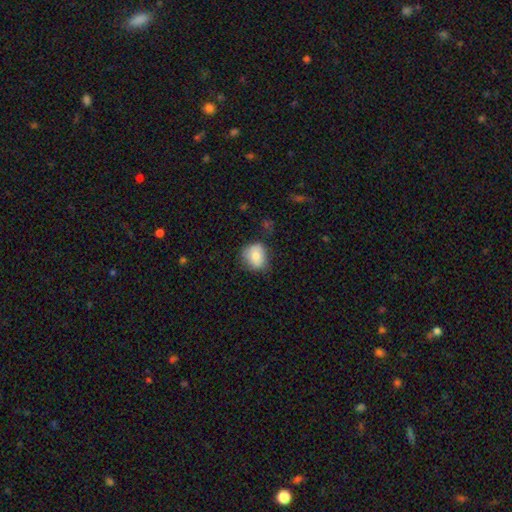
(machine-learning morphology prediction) The model was most divided on "how rounded": round: 63%, in between: 36%, cigar-shaped: 1%. More confident: smooth or featured — smooth (79%); merging — none (61%).